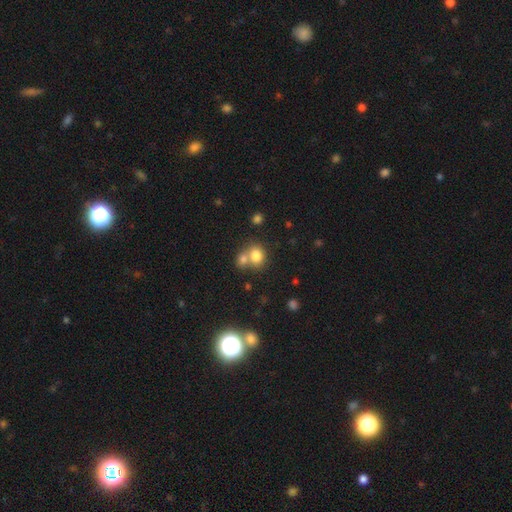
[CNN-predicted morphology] type=smooth (79%); roundness=round (66%); merging=merger (48%).